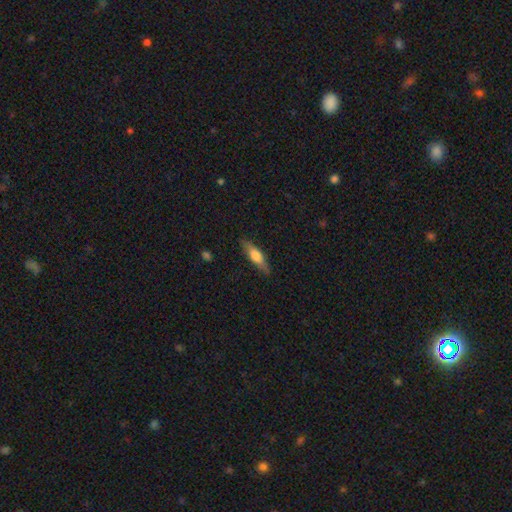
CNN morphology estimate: The model was most divided on "smooth or featured": smooth: 52%, featured or disk: 42%, star or artifact: 6%. More confident: merging — none (85%); how rounded — cigar-shaped (67%).